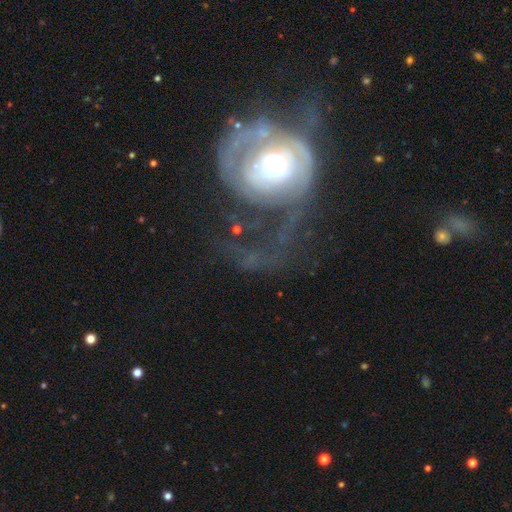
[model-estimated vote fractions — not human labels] smooth-or-featured: featured or disk: 69% | smooth: 20% | star or artifact: 11%
  disk-edge-on: no: 96% | yes: 4%
    bar: no: 74% | weak: 18% | strong: 8%
    has-spiral-arms: yes: 59% | no: 41%
    bulge-size: moderate: 57% | large: 29% | small: 7% | dominant: 6% | none: 2%
  merging: major disturbance: 56% | none: 24% | minor disturbance: 14% | merger: 6%